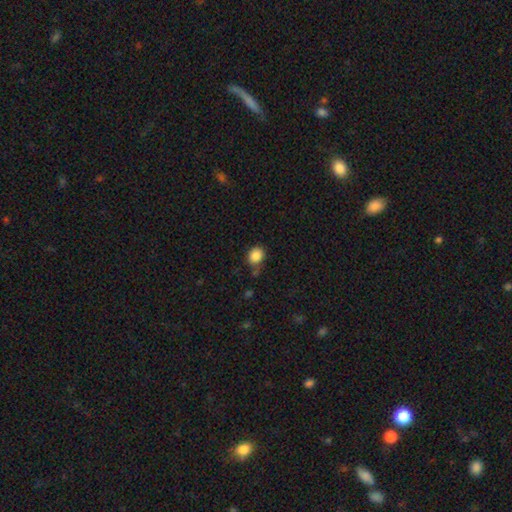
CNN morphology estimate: A smooth galaxy with no disk features (86%) that is round (57%). Merging: none (74%).